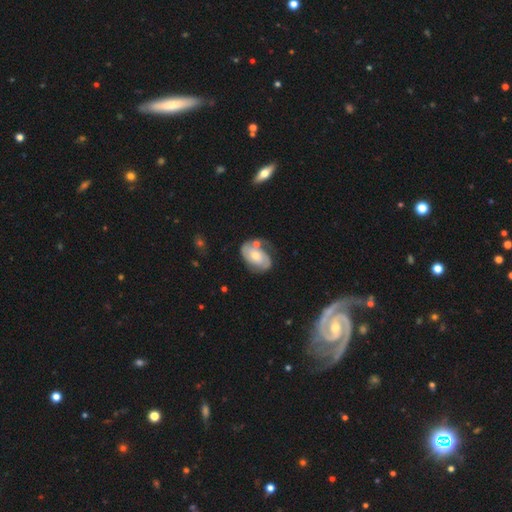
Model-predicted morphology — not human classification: Overall: featured or disk (71%). Edge-on disk: no (97%). Bar: no (68%). Spiral arms: yes (88%). Spiral arm count: 2 (73%). Spiral winding: tight (42%; medium 39%). Bulge size: moderate (61%; small 29%). Merging: none (51%; minor disturbance 22%).